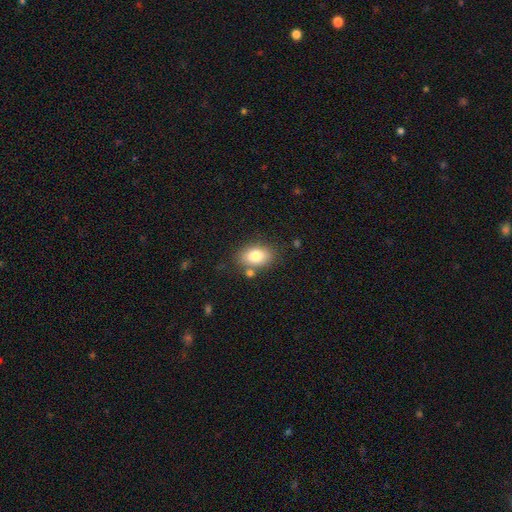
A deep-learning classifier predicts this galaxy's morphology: smooth 80%, featured or disk 11%, star or artifact 9%. Down the decision tree: how rounded — in between (85%); merging — none (76%).